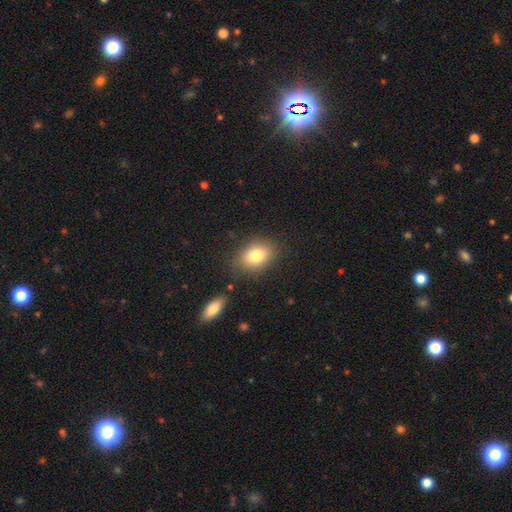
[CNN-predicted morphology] Smooth or featured? smooth (80%)
How rounded? in between (73%)
Merging? none (80%)